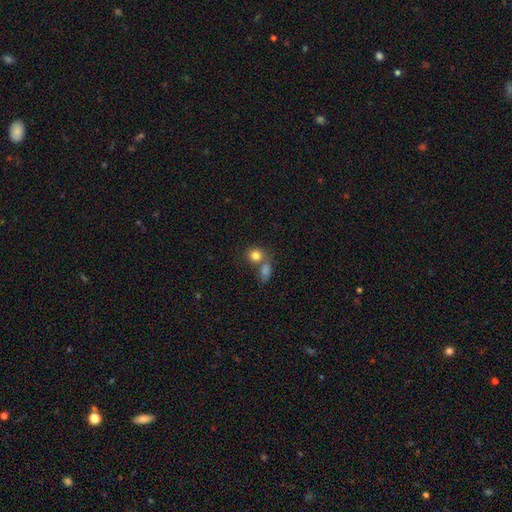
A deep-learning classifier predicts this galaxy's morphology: Overall: smooth (82%). How rounded: round (77%). Merging: none (48%; merger 39%).